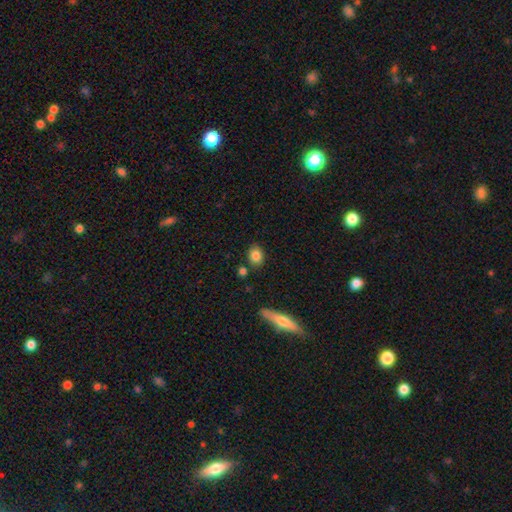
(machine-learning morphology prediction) This is clearly a smooth galaxy (83%). How rounded: possibly in between (53%). Merging: clearly none (81%).